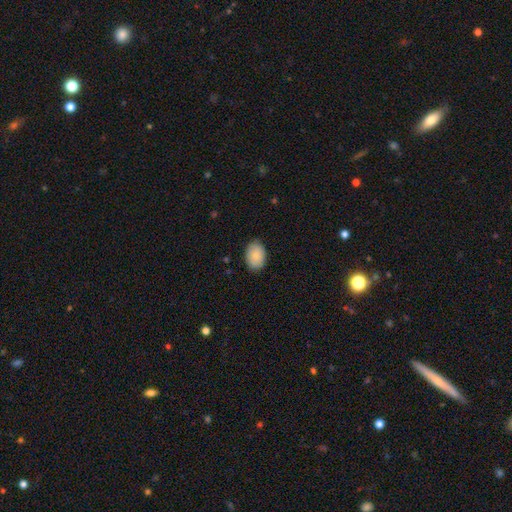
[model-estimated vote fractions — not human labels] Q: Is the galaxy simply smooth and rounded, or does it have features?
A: smooth — 87%.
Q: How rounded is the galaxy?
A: in between — 81%.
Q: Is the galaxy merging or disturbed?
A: none — 85%.